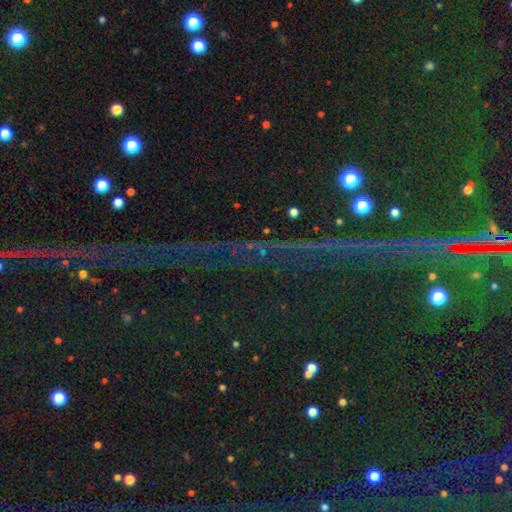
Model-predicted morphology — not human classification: smooth-or-featured: star or artifact: 83% | featured or disk: 9% | smooth: 8%